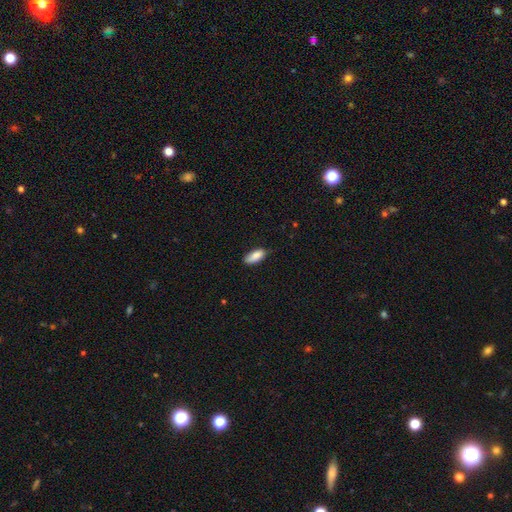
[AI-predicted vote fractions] This appears to be a smooth galaxy with no disk features (87%) that is in between round and cigar-shaped (83%). Merging: none (74%).